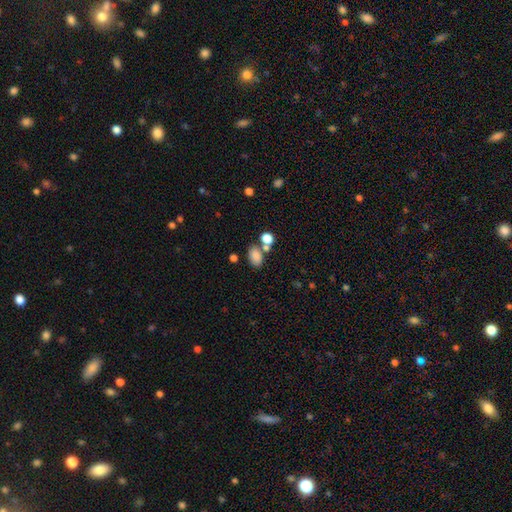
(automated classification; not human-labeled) Overall: smooth (83%). How rounded: in between (85%). Merging: none (62%; merger 22%).